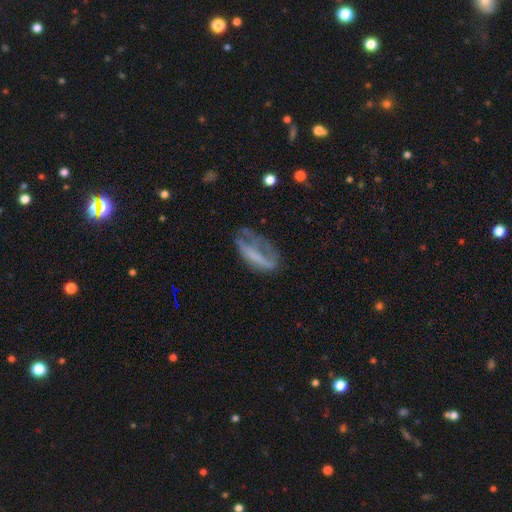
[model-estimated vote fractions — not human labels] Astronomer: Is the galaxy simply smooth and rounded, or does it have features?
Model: featured or disk — 46% (runner-up: smooth, 43%).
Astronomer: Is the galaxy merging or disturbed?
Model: major disturbance — 38% (runner-up: none, 32%).